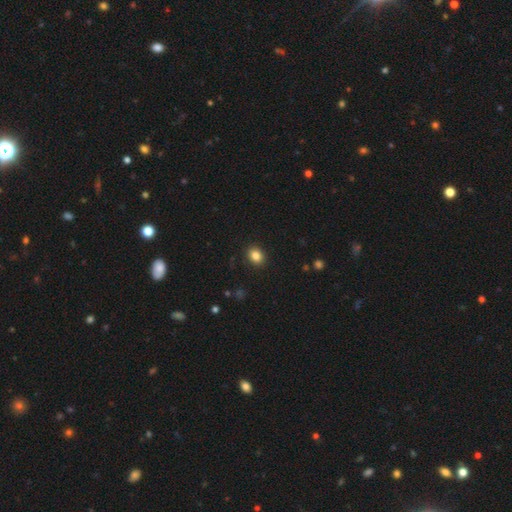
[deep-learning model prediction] smooth_or_featured: smooth (p=0.84) [alt: star or artifact p=0.10]
how_rounded: round (p=0.53) [alt: in between p=0.46]
merging: none (p=0.90) [alt: minor disturbance p=0.07]